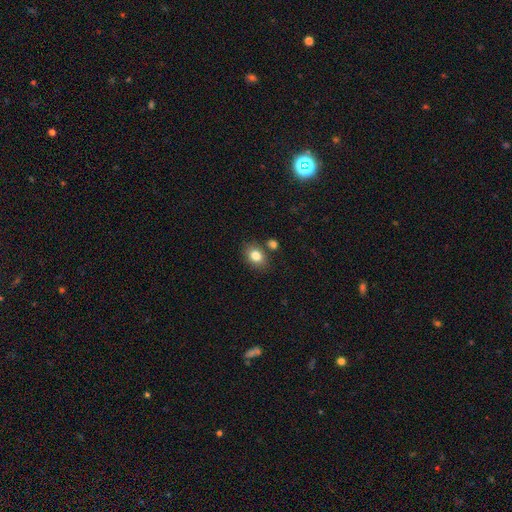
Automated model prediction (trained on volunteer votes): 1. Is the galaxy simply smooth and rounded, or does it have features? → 82% smooth, 10% star or artifact, 9% featured or disk.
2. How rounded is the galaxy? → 66% in between, 33% round, 1% cigar-shaped.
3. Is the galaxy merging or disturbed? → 75% none, 12% minor disturbance, 9% merger, 3% major disturbance.